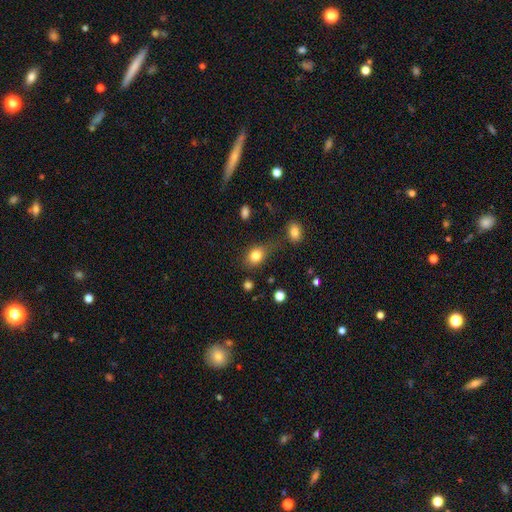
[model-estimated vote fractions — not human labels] Smooth or featured? smooth (82%)
How rounded? in between (63%)
Merging? none (62%)